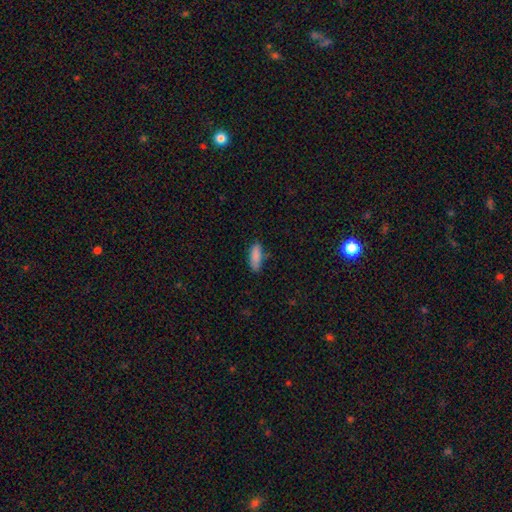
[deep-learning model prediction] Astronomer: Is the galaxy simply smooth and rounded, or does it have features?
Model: smooth — 87%.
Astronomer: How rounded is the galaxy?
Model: in between — 68%.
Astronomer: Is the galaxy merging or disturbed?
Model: none — 76%.